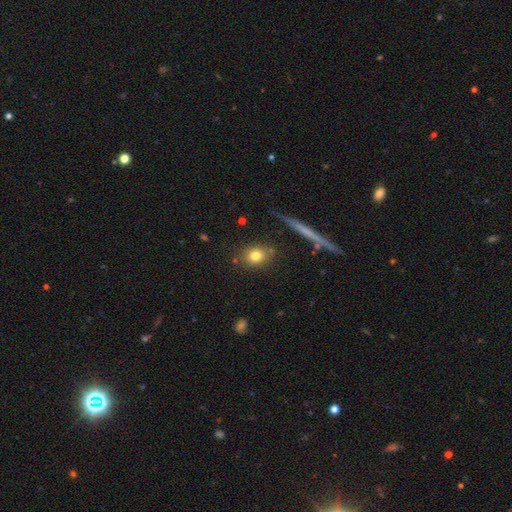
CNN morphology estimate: smooth 78%, star or artifact 11%, featured or disk 11%. Down the decision tree: how rounded — round (54%); merging — none (81%).